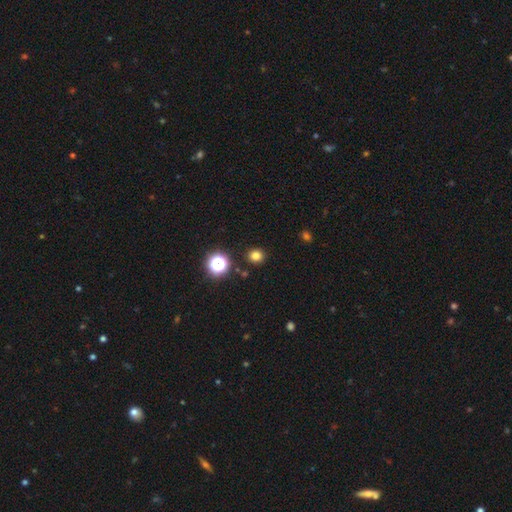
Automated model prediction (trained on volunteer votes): This is likely a smooth galaxy (78%). How rounded: clearly round (84%). Merging: clearly none (90%).